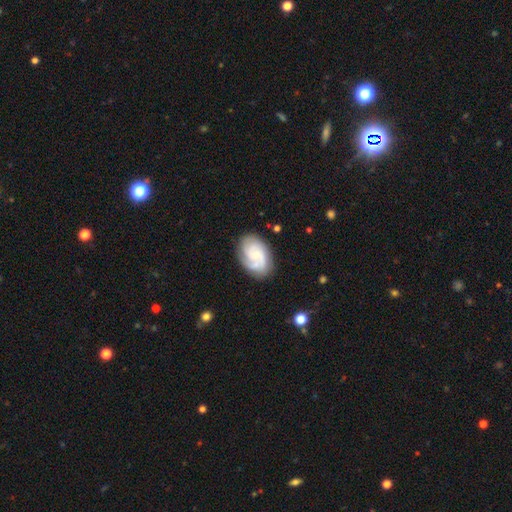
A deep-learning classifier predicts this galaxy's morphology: Smooth or featured?
  - featured or disk: 73% *
  - smooth: 21%
  - star or artifact: 6%
Edge-on disk?
  - no: 97% *
  - yes: 3%
Bar?
  - no: 68% *
  - weak: 29%
  - strong: 4%
Spiral arms?
  - yes: 94% *
  - no: 6%
Spiral winding?
  - tight: 46% *
  - medium: 40%
  - loose: 14%
Spiral arm count?
  - 2: 34% *
  - 3: 29%
  - can't tell: 22%
  - 1: 5%
  - 4: 5%
  - more than 4: 3%
Bulge size?
  - small: 65% *
  - moderate: 26%
  - none: 5%
  - large: 2%
  - dominant: 1%
Merging?
  - none: 75% *
  - minor disturbance: 17%
  - major disturbance: 6%
  - merger: 2%